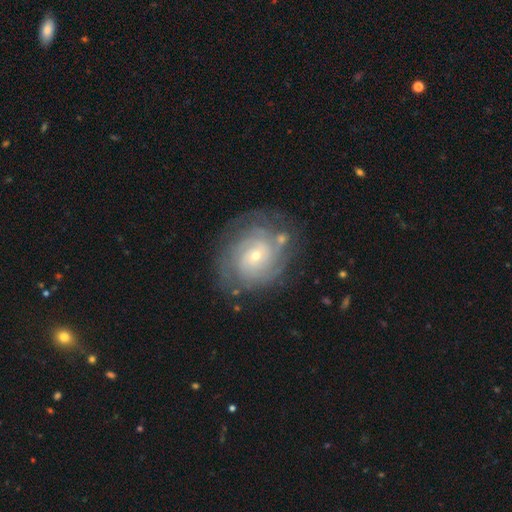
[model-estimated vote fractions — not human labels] Smooth or featured? Predicted: featured or disk (p=0.78). Edge-on disk? Predicted: no (p=0.97). Bar? Predicted: no (p=0.70). Spiral arms? Predicted: yes (p=0.91). Spiral winding? Predicted: tight (p=0.72). Spiral arm count? Predicted: can't tell (p=0.44). Bulge size? Predicted: small (p=0.70). Merging? Predicted: none (p=0.71).